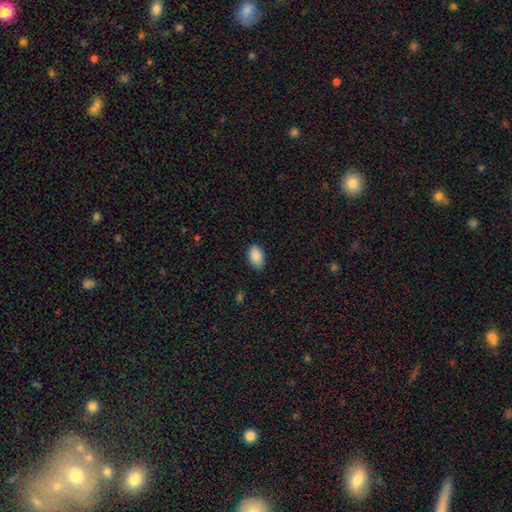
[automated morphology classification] A smooth galaxy with no disk features (89%) that is in between round and cigar-shaped (93%).

Vote fractions:
- Smooth or featured? smooth: 89% / star or artifact: 7% / featured or disk: 4%
- How rounded? in between: 93% / round: 6% / cigar-shaped: 2%
- Merging? none: 82% / minor disturbance: 15% / major disturbance: 2% / merger: 1%